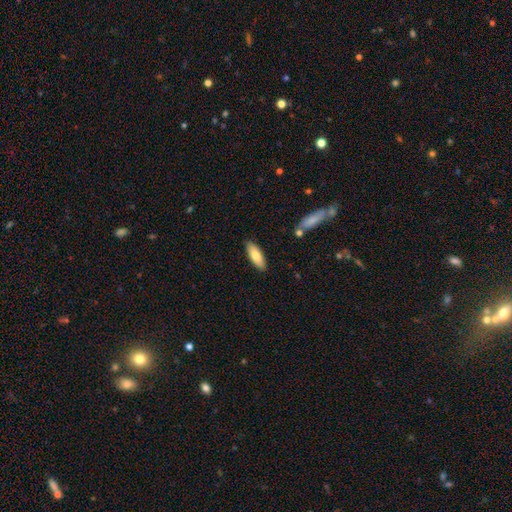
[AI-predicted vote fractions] A smooth galaxy with no disk features (79%) that is in between round and cigar-shaped (61%). Merging: none (86%).